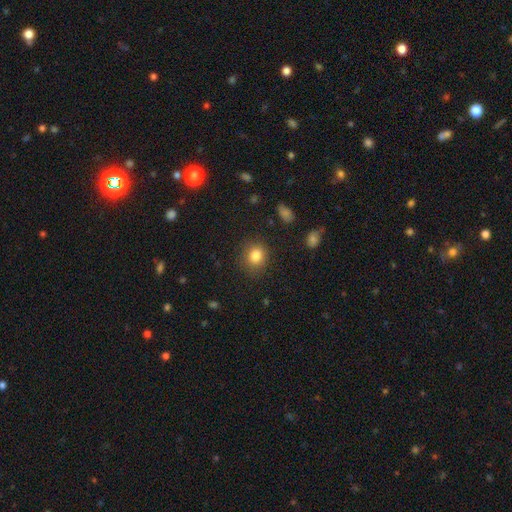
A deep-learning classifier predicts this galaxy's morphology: The model was most divided on "how rounded": round: 75%, in between: 24%, cigar-shaped: 1%. More confident: merging — none (84%); smooth or featured — smooth (83%).